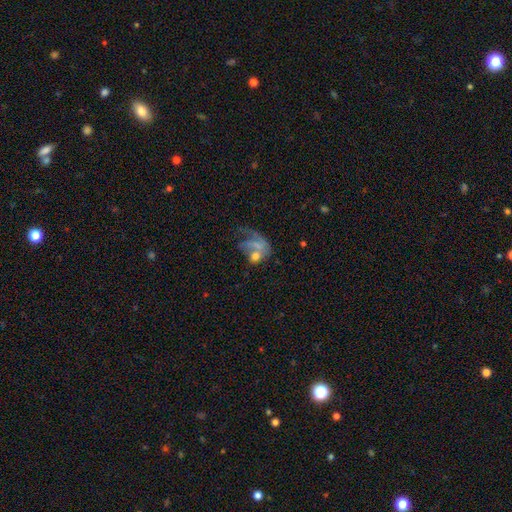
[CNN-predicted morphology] Smooth or featured? featured or disk (45%)
Merging? major disturbance (37%)